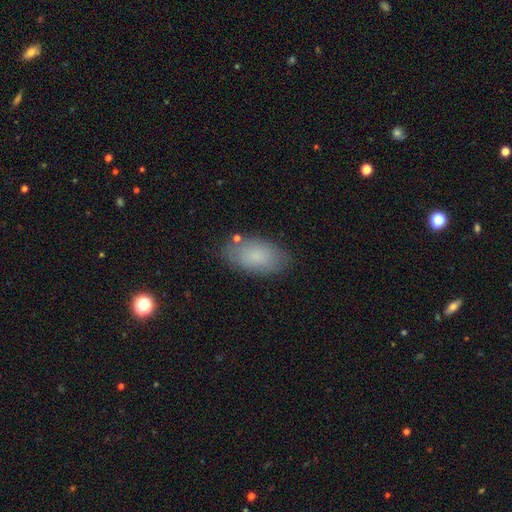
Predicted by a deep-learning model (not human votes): Morphology: type=smooth (82%); roundness=in between (93%); merging=none (81%).